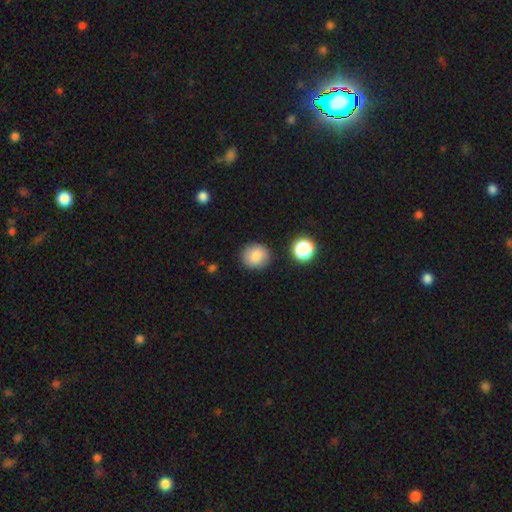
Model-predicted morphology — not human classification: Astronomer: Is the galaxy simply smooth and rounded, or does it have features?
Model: smooth — 84%.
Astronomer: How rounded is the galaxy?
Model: round — 84%.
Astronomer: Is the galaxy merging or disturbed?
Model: none — 86%.